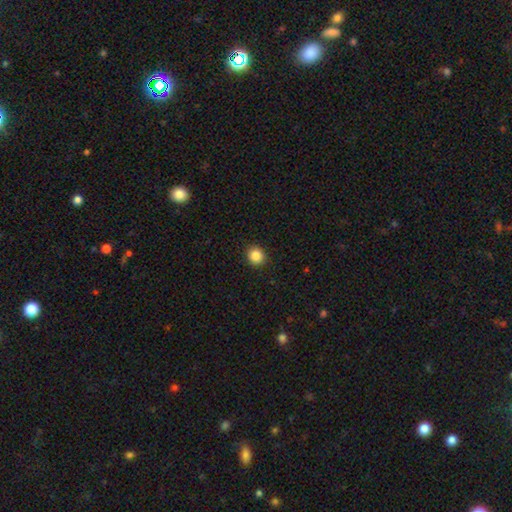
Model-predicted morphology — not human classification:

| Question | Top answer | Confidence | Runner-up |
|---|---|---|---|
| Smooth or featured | smooth | 86% | star or artifact (10%) |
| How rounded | round | 86% | in between (13%) |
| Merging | none | 92% | minor disturbance (5%) |